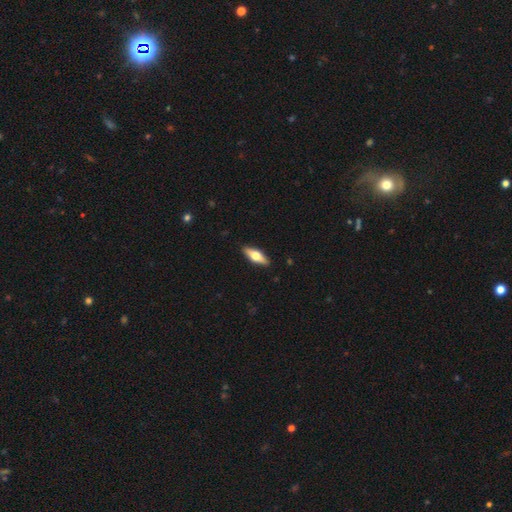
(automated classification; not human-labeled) The model was most divided on "smooth or featured": smooth: 48%, featured or disk: 47%, star or artifact: 5%. More confident: merging — none (90%).